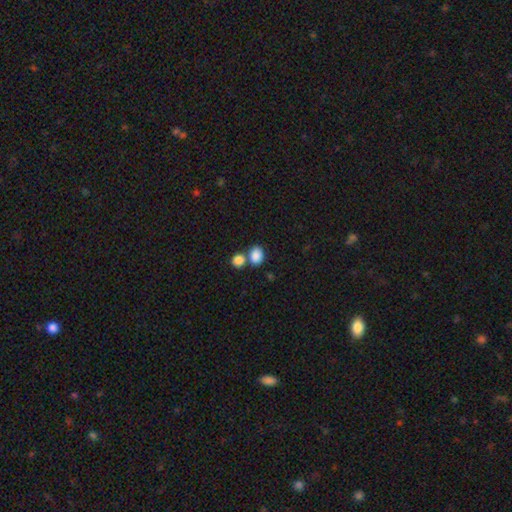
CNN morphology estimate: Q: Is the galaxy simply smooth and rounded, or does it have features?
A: smooth — 86%.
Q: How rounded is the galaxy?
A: in between — 53%.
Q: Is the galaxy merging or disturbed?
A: none — 50%.